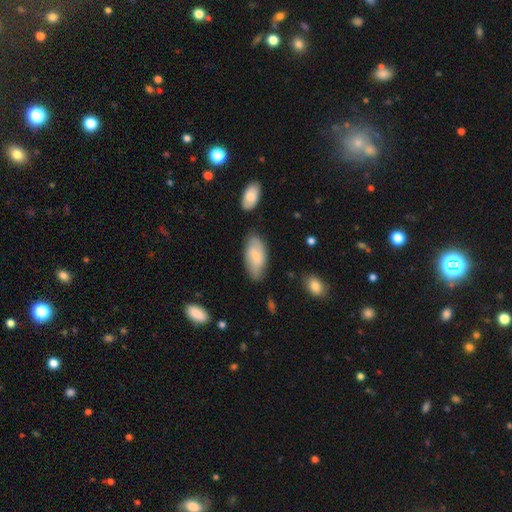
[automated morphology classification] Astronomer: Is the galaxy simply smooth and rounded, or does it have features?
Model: smooth — 72%.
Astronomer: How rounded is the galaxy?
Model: in between — 92%.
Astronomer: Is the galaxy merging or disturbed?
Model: none — 71%.